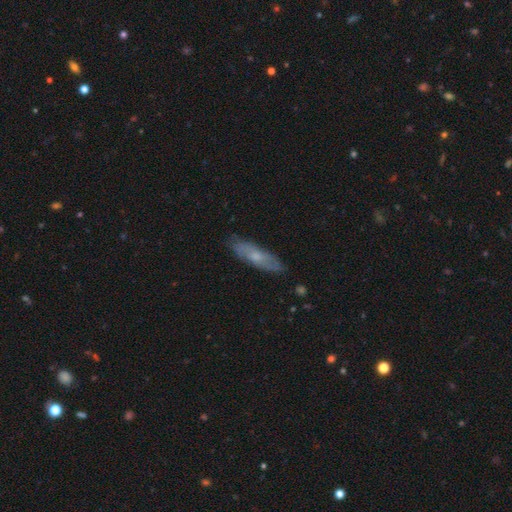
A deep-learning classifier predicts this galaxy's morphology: This is possibly a smooth galaxy (50%). How rounded: likely cigar-shaped (70%). Merging: clearly none (83%).